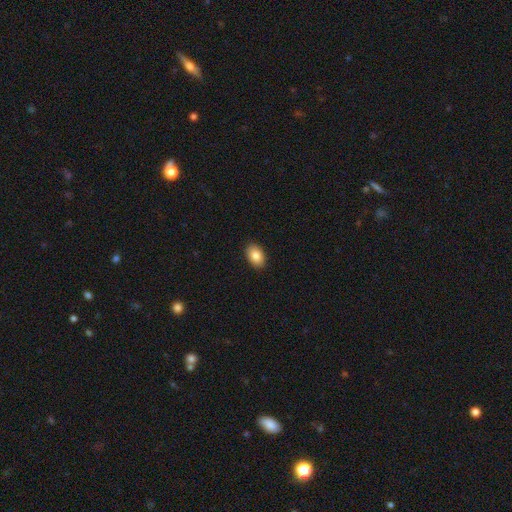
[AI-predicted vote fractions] smooth_or_featured: smooth (p=0.86) [alt: star or artifact p=0.08]
how_rounded: in between (p=0.87) [alt: round p=0.12]
merging: none (p=0.90) [alt: minor disturbance p=0.07]